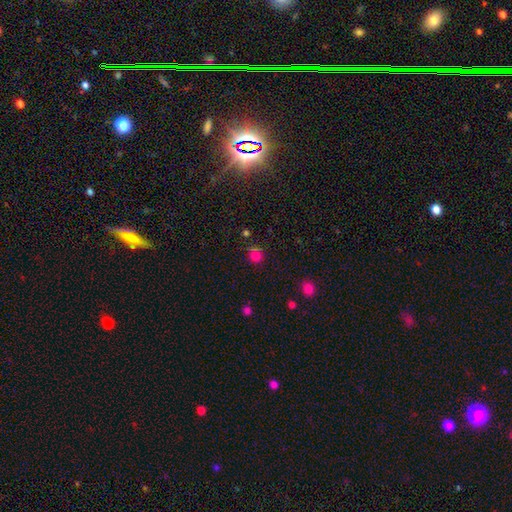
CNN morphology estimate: The model was most divided on "smooth or featured": smooth: 76%, star or artifact: 18%, featured or disk: 6%. More confident: how rounded — round (88%); merging — none (74%).